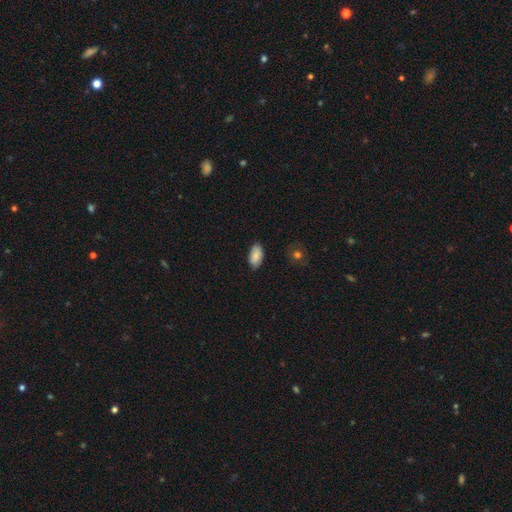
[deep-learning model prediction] A smooth galaxy with no disk features (86%) that is in between round and cigar-shaped (94%). Merging: none (84%).